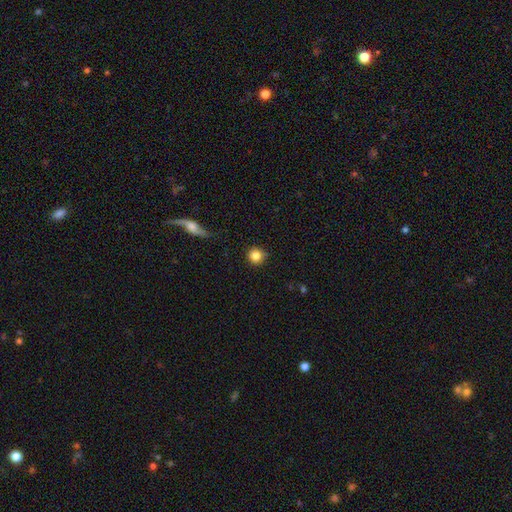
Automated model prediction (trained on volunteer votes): The model was most divided on "smooth or featured": smooth: 85%, star or artifact: 10%, featured or disk: 6%. More confident: how rounded — round (94%); merging — none (88%).